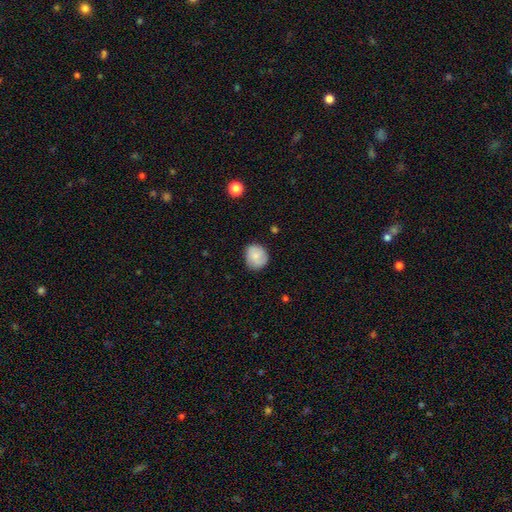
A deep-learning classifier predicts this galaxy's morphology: Smooth or featured?
  - smooth: 76% *
  - featured or disk: 17%
  - star or artifact: 7%
How rounded?
  - round: 78% *
  - in between: 21%
  - cigar-shaped: 1%
Merging?
  - none: 78% *
  - minor disturbance: 17%
  - major disturbance: 3%
  - merger: 1%